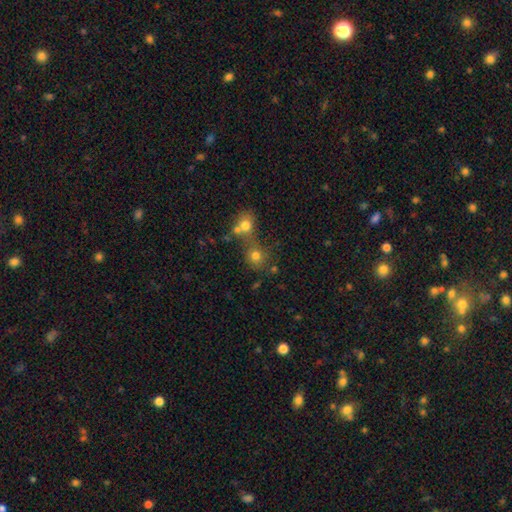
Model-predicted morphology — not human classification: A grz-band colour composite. It shows a smooth galaxy with no disk features (75%) that is round (81%). Merging: none (46%).